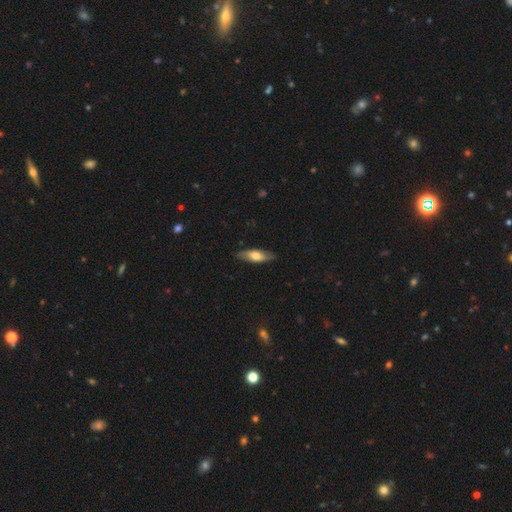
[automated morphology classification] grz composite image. It shows a smooth galaxy with no disk features (59%) that is in between round and cigar-shaped (56%). Merging: none (83%).